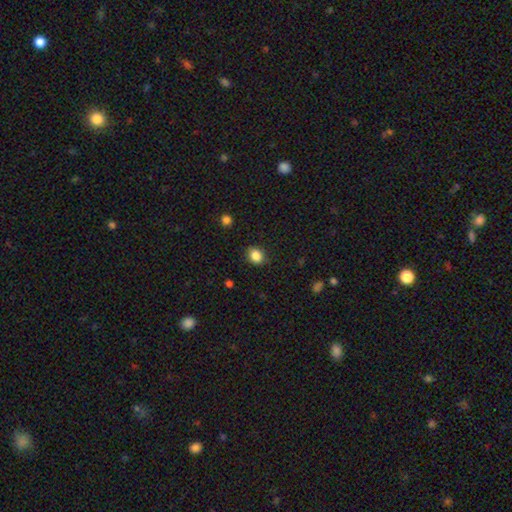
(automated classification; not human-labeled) smooth 85%, star or artifact 10%, featured or disk 4%. Down the decision tree: how rounded — round (63%); merging — none (87%).